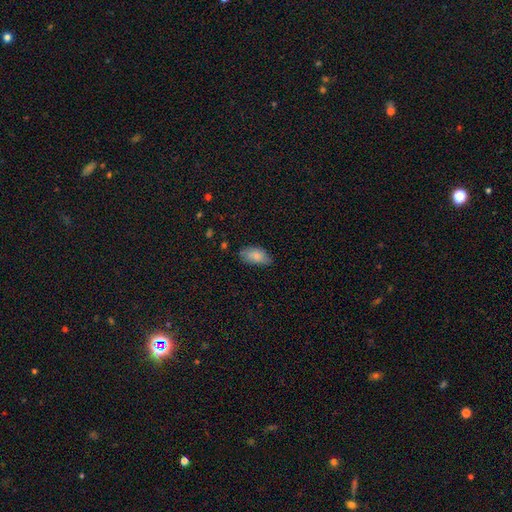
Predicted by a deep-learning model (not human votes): smooth_or_featured: smooth (p=0.82) [alt: featured or disk p=0.11]
how_rounded: in between (p=0.93) [alt: cigar-shaped p=0.03]
merging: none (p=0.69) [alt: minor disturbance p=0.25]